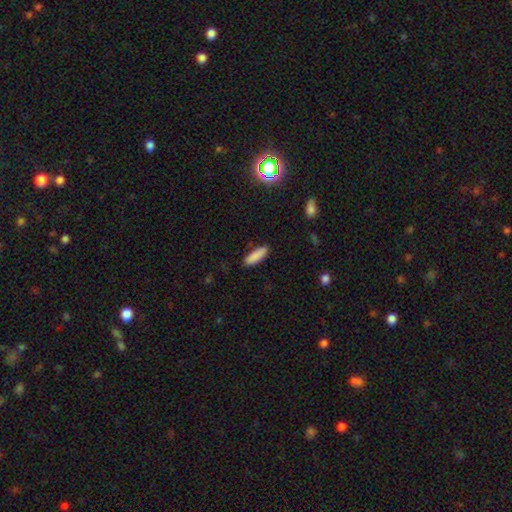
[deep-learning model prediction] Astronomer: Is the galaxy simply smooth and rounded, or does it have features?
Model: smooth — 88%.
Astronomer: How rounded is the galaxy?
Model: in between — 54% (runner-up: cigar-shaped, 45%).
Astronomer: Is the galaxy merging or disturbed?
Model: none — 87%.